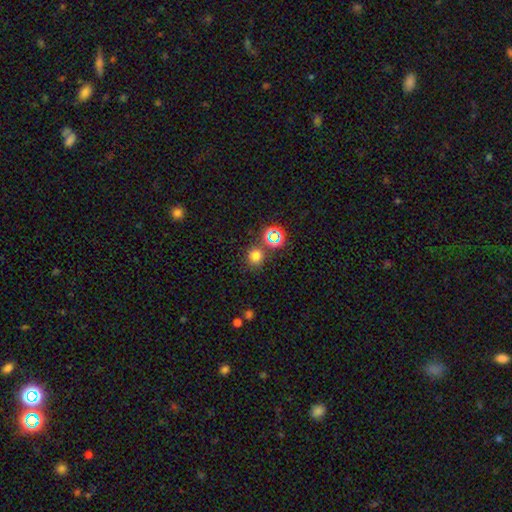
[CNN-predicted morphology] Smooth or featured: smooth — 71% (star or artifact — 23%)
How rounded: round — 89% (in between — 10%)
Merging: none — 79% (minor disturbance — 9%)